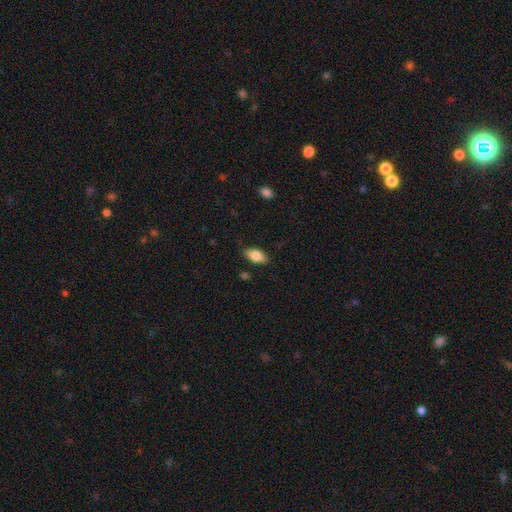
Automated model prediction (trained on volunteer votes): Overall: smooth (81%). How rounded: in between (89%). Merging: none (85%).